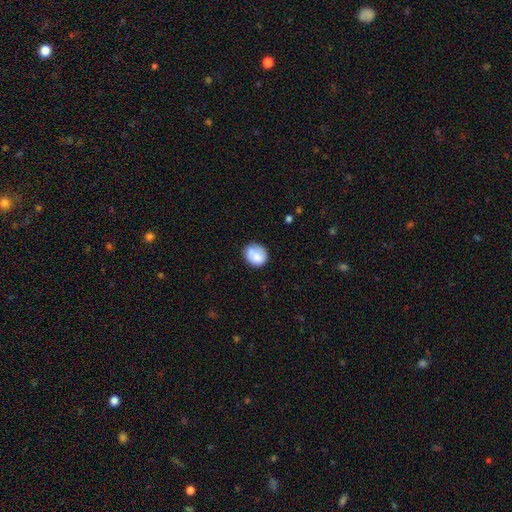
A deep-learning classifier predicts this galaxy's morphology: A smooth galaxy with no disk features (77%) that is round (71%).

Vote fractions:
- Smooth or featured? smooth: 77% / featured or disk: 15% / star or artifact: 8%
- How rounded? round: 71% / in between: 28% / cigar-shaped: 1%
- Merging? none: 63% / minor disturbance: 20% / merger: 11% / major disturbance: 6%